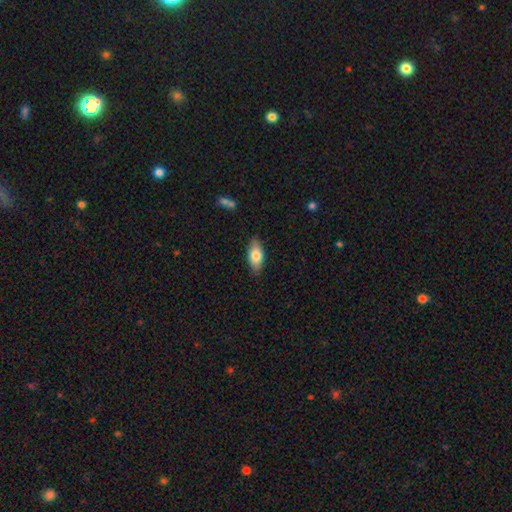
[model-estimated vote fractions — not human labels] The model was most divided on "smooth or featured": smooth: 77%, featured or disk: 16%, star or artifact: 6%. More confident: how rounded — in between (88%); merging — none (85%).